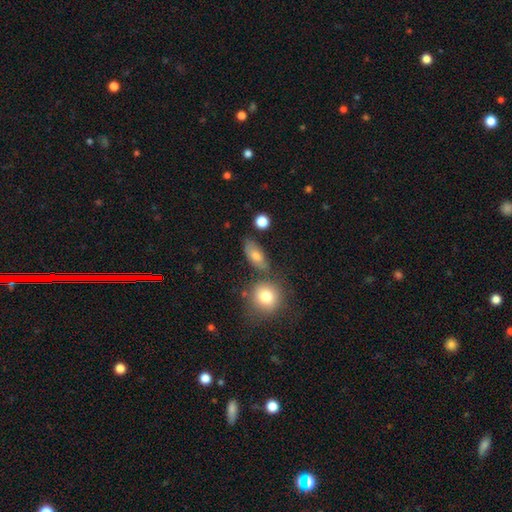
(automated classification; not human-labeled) Smooth or featured?
  - smooth: 73% *
  - featured or disk: 17%
  - star or artifact: 10%
How rounded?
  - in between: 78% *
  - round: 12%
  - cigar-shaped: 10%
Merging?
  - none: 70% *
  - minor disturbance: 16%
  - merger: 9%
  - major disturbance: 5%